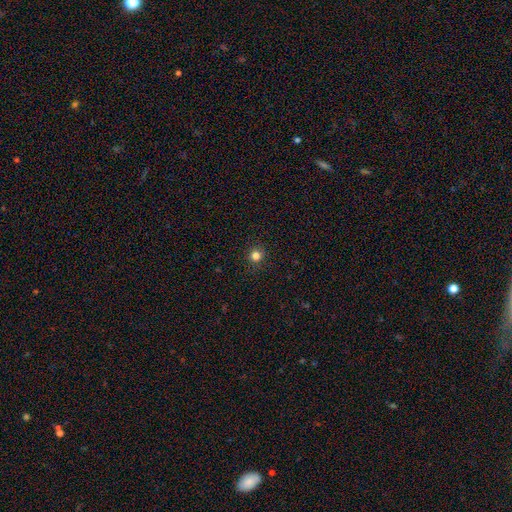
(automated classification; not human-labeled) smooth-or-featured: smooth: 82% | star or artifact: 14% | featured or disk: 5%
  how-rounded: round: 92% | in between: 7% | cigar-shaped: 1%
  merging: none: 91% | minor disturbance: 6% | major disturbance: 2% | merger: 1%